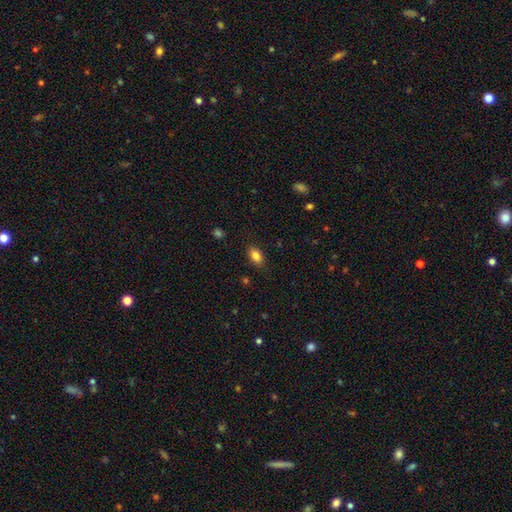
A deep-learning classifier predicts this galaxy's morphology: This is clearly a smooth galaxy (86%). How rounded: clearly in between (88%). Merging: clearly none (86%).